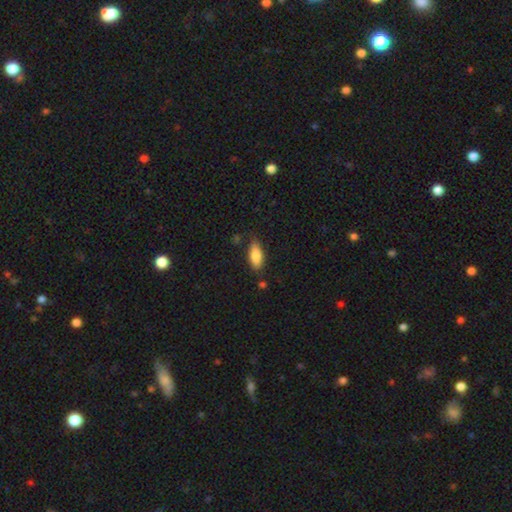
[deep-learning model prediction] Q: Smooth or featured?
A: smooth (84%); runner-up: featured or disk (9%)
Q: How rounded?
A: in between (78%); runner-up: cigar-shaped (20%)
Q: Merging?
A: none (77%); runner-up: minor disturbance (17%)